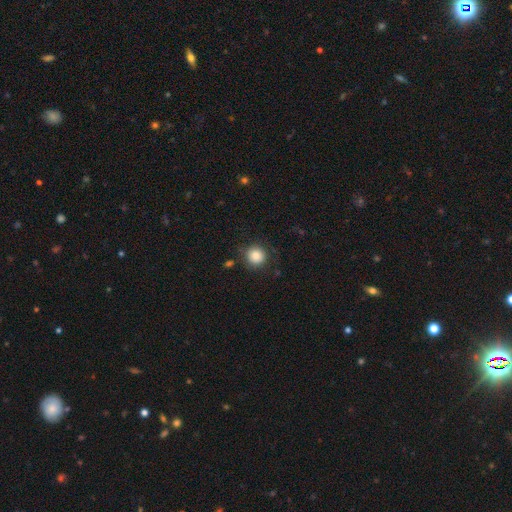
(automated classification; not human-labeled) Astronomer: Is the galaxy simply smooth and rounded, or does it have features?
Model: smooth — 84%.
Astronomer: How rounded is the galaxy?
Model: round — 93%.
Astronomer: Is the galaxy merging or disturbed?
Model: none — 84%.